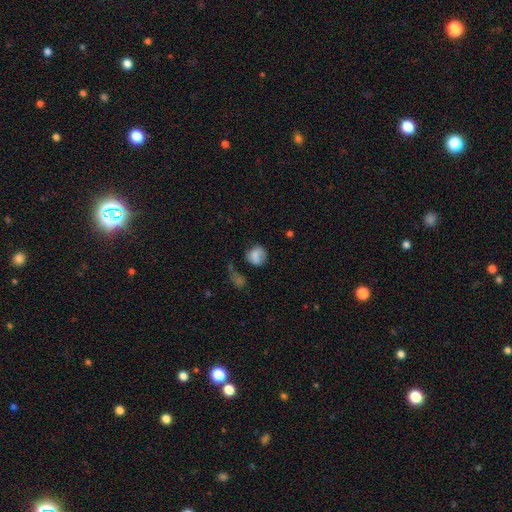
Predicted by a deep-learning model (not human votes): This appears to be a smooth galaxy with no disk features (72%) that is round (75%). Merging: none (56%).